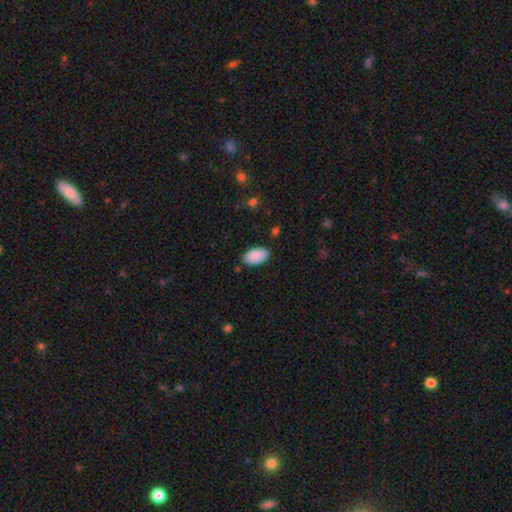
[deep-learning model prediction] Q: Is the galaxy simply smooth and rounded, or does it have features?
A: smooth — 88%.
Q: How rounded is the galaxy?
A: in between — 95%.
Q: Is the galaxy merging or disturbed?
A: none — 84%.